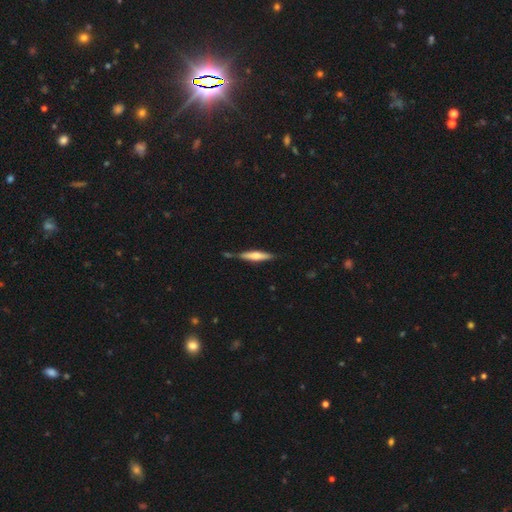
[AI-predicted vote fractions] The model was most divided on "smooth or featured": smooth: 49%, featured or disk: 46%, star or artifact: 6%. More confident: merging — none (70%).